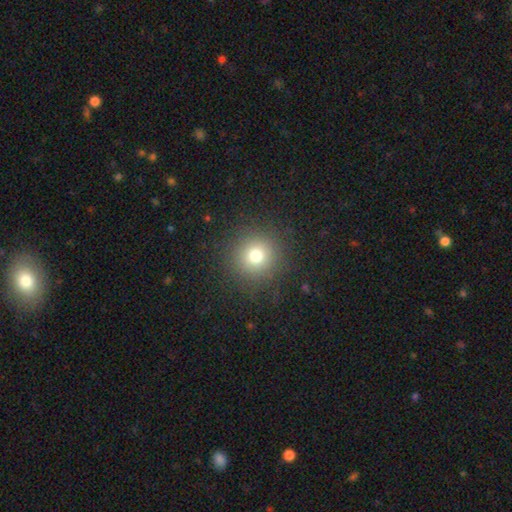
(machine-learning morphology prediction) Smooth or featured? smooth (74%)
How rounded? round (94%)
Merging? none (88%)